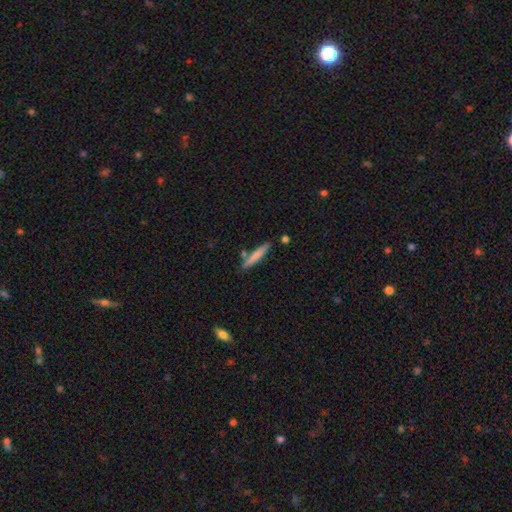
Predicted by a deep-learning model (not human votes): Overall: smooth (74%). How rounded: cigar-shaped (91%). Merging: none (78%).